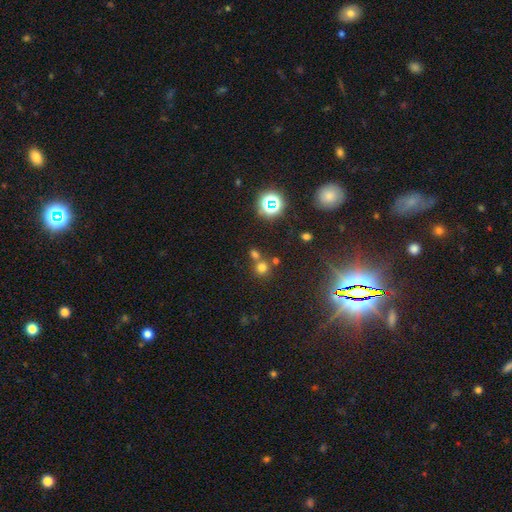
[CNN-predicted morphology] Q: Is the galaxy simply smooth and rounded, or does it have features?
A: star or artifact — 48%.